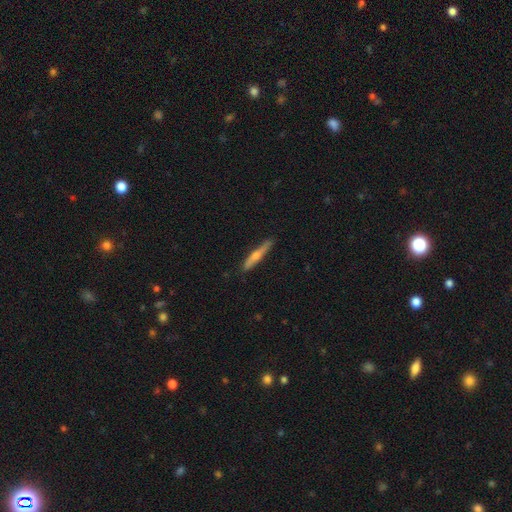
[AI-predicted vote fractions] A smooth galaxy with no disk features (48%).

Vote fractions:
- Smooth or featured? smooth: 48% / featured or disk: 47% / star or artifact: 5%
- Merging? none: 84% / minor disturbance: 12% / major disturbance: 2% / merger: 1%